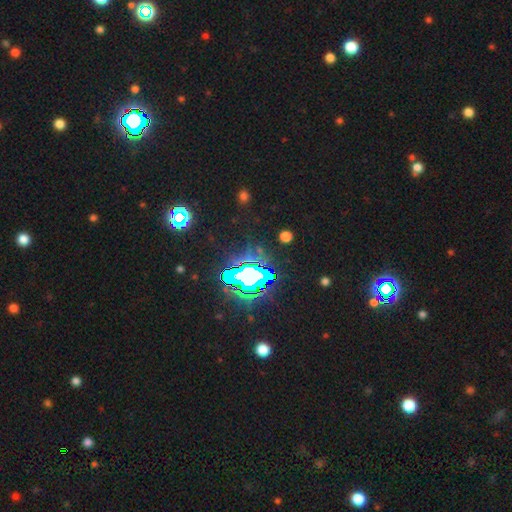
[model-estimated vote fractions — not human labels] Smooth or featured? Predicted: star or artifact (p=0.83).